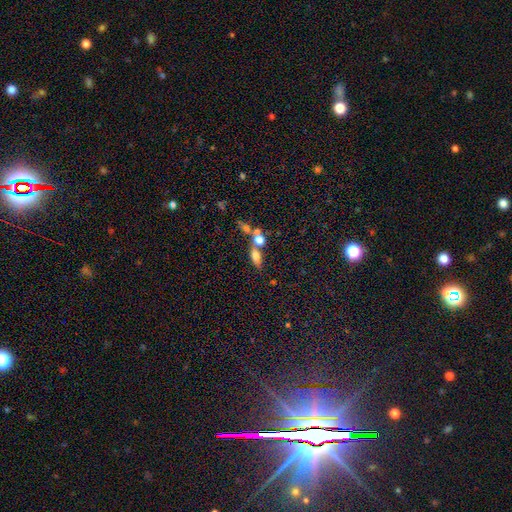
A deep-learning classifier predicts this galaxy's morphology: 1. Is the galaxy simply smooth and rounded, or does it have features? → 67% smooth, 19% featured or disk, 13% star or artifact.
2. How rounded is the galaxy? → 67% in between, 19% cigar-shaped, 14% round.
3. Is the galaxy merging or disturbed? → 45% none, 36% merger, 12% minor disturbance, 7% major disturbance.